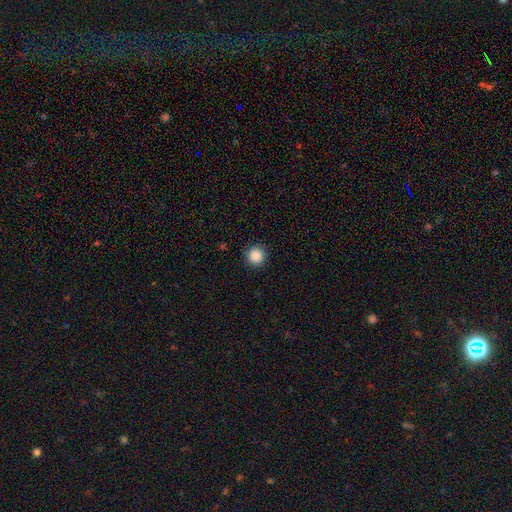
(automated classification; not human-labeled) Morphology: type=smooth (88%); roundness=round (96%); merging=none (92%).